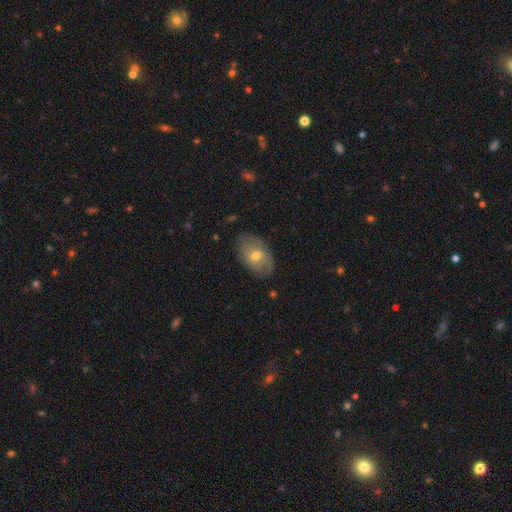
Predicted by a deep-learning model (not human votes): Q: Smooth or featured?
A: featured or disk (50%); runner-up: smooth (42%)
Q: Edge-on disk?
A: no (91%); runner-up: yes (9%)
Q: Merging?
A: none (70%); runner-up: minor disturbance (23%)